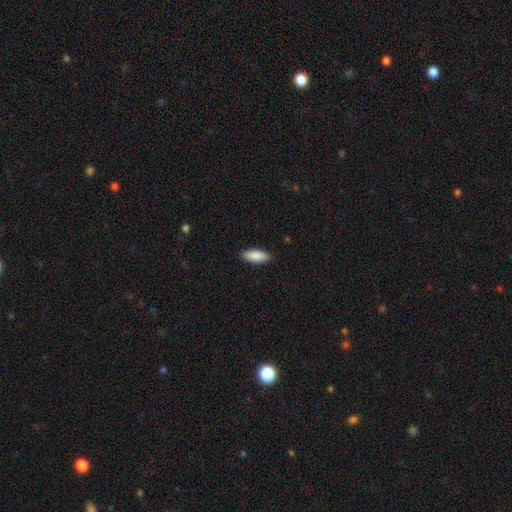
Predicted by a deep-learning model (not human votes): Q: Smooth or featured?
A: smooth (88%); runner-up: featured or disk (6%)
Q: How rounded?
A: in between (80%); runner-up: cigar-shaped (18%)
Q: Merging?
A: none (88%); runner-up: minor disturbance (9%)